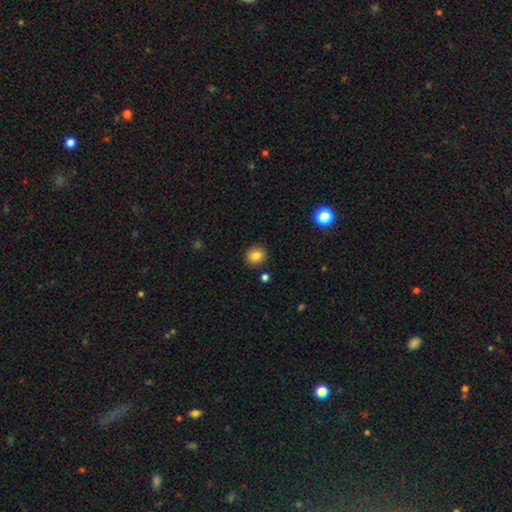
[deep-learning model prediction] Smooth or featured? smooth (83%)
How rounded? round (85%)
Merging? none (89%)